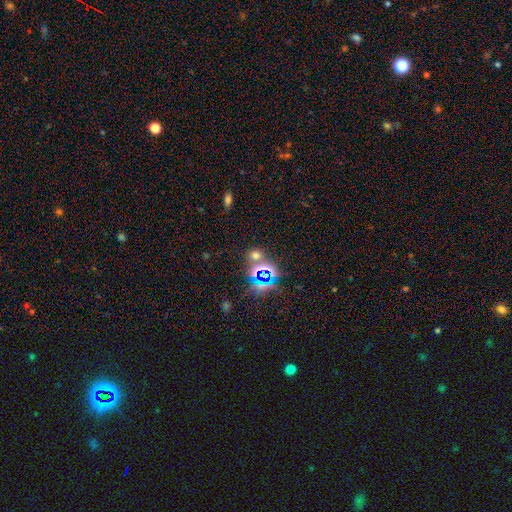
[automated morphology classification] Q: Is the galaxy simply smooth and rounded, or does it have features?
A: star or artifact — 49%.